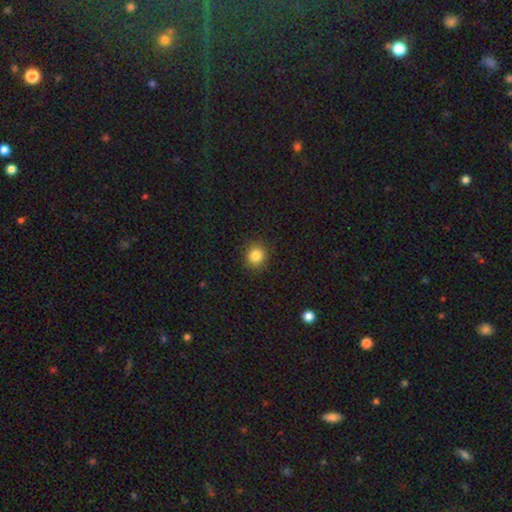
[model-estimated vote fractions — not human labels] smooth_or_featured: smooth (p=0.84) [alt: star or artifact p=0.11]
how_rounded: round (p=0.85) [alt: in between p=0.14]
merging: none (p=0.90) [alt: minor disturbance p=0.07]